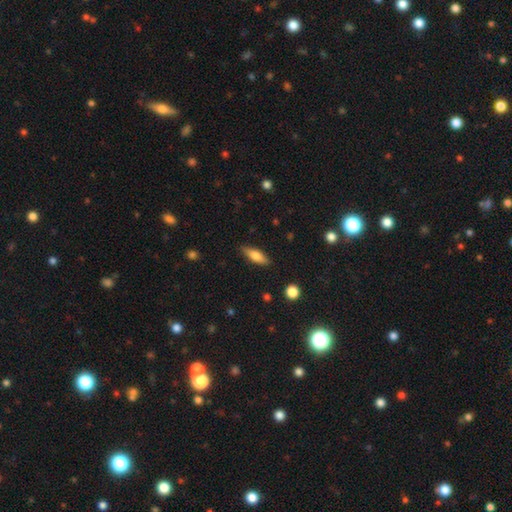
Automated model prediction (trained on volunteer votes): smooth_or_featured: smooth (p=0.71) [alt: featured or disk p=0.22]
how_rounded: in between (p=0.58) [alt: cigar-shaped p=0.39]
merging: none (p=0.86) [alt: minor disturbance p=0.11]